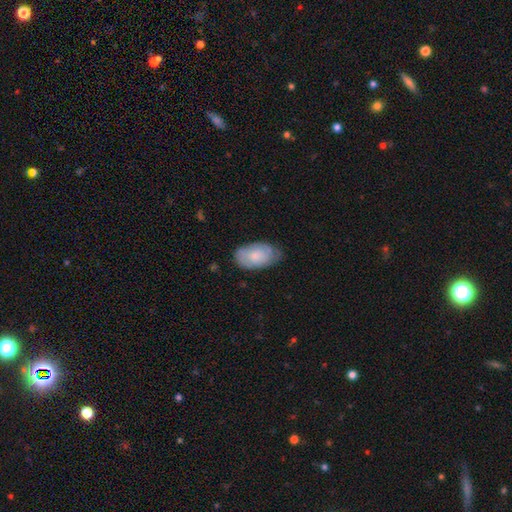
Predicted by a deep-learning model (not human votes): Smooth or featured?
  - smooth: 62% *
  - featured or disk: 32%
  - star or artifact: 6%
How rounded?
  - in between: 94% *
  - round: 5%
  - cigar-shaped: 2%
Merging?
  - none: 67% *
  - minor disturbance: 26%
  - major disturbance: 5%
  - merger: 1%